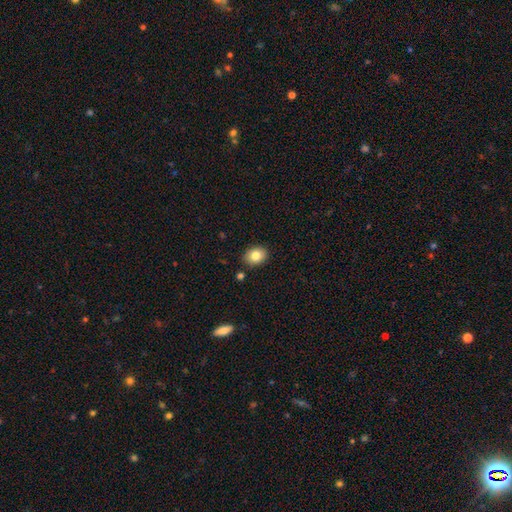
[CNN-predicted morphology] Q: Smooth or featured?
A: smooth (82%); runner-up: star or artifact (9%)
Q: How rounded?
A: in between (56%); runner-up: round (44%)
Q: Merging?
A: none (86%); runner-up: minor disturbance (10%)